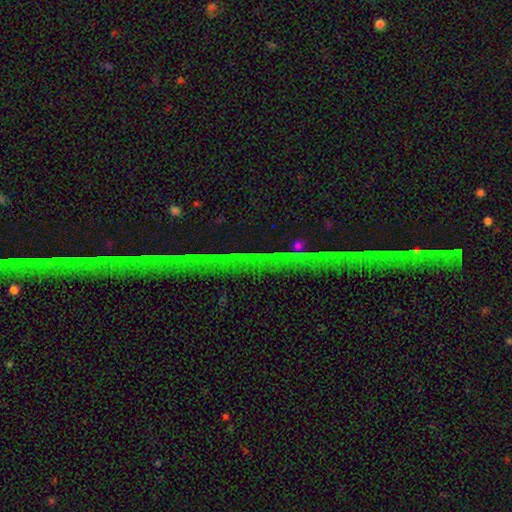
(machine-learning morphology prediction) Smooth or featured?
  - star or artifact: 72% *
  - featured or disk: 16%
  - smooth: 11%